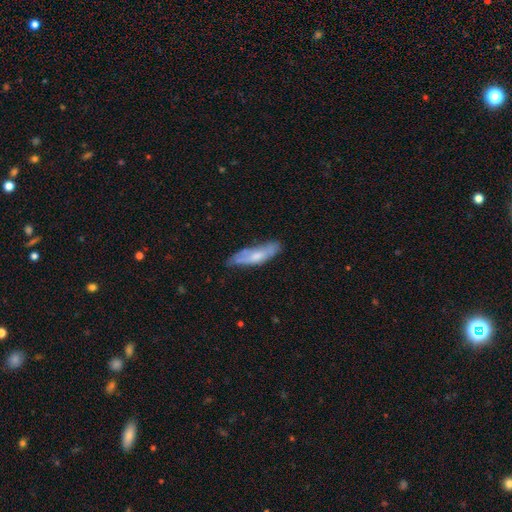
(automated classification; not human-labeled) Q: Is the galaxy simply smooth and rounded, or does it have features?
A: smooth — 53%.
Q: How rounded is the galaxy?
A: cigar-shaped — 60%.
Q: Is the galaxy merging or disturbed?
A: none — 57%.